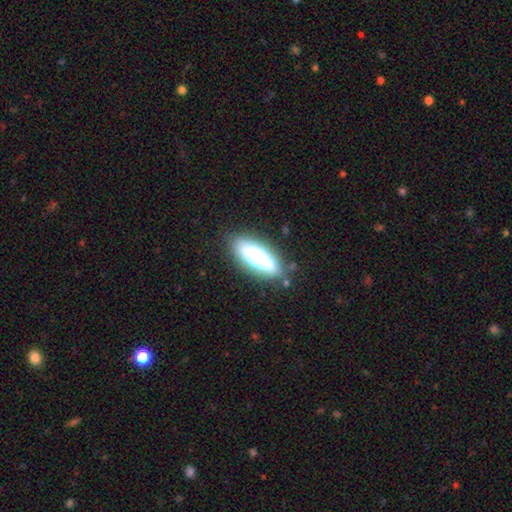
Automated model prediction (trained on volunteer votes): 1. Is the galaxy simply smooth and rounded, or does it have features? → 70% smooth, 22% featured or disk, 8% star or artifact.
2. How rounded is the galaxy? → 62% in between, 35% cigar-shaped, 2% round.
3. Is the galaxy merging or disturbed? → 75% none, 16% minor disturbance, 5% major disturbance, 4% merger.